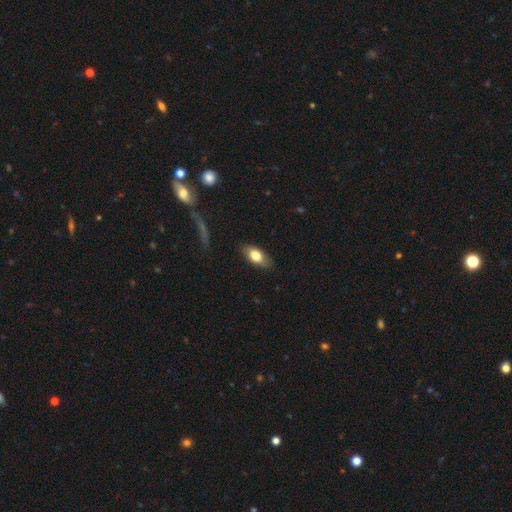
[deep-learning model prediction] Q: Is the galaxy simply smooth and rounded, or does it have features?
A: smooth — 75%.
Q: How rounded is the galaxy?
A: in between — 87%.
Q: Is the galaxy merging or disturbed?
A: none — 83%.